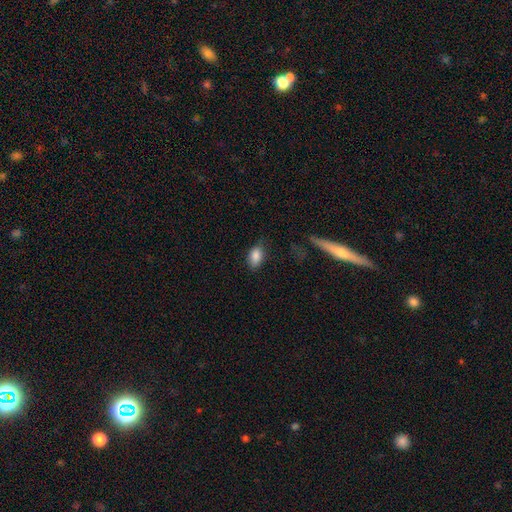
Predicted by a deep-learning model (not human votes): Morphology: type=smooth (86%); roundness=in between (90%); merging=none (73%).